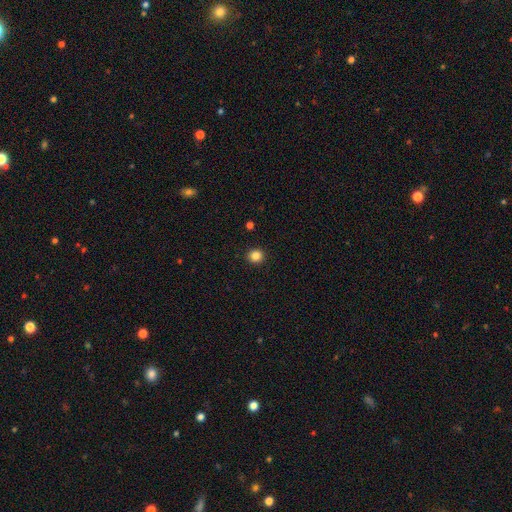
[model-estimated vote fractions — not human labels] Smooth or featured? Predicted: smooth (p=0.85). How rounded? Predicted: round (p=0.93). Merging? Predicted: none (p=0.93).